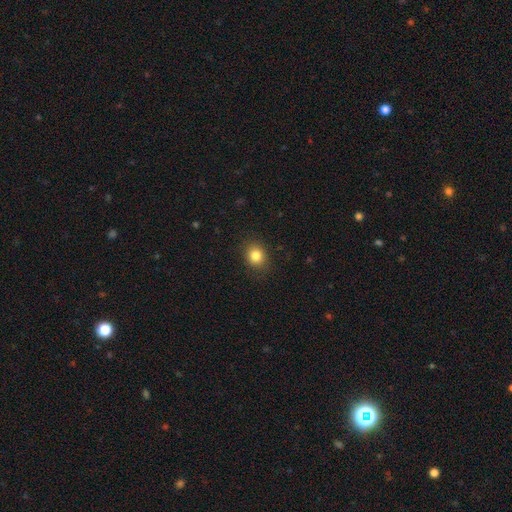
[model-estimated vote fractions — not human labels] smooth_or_featured: smooth (p=0.83) [alt: star or artifact p=0.11]
how_rounded: round (p=0.69) [alt: in between p=0.30]
merging: none (p=0.87) [alt: minor disturbance p=0.09]